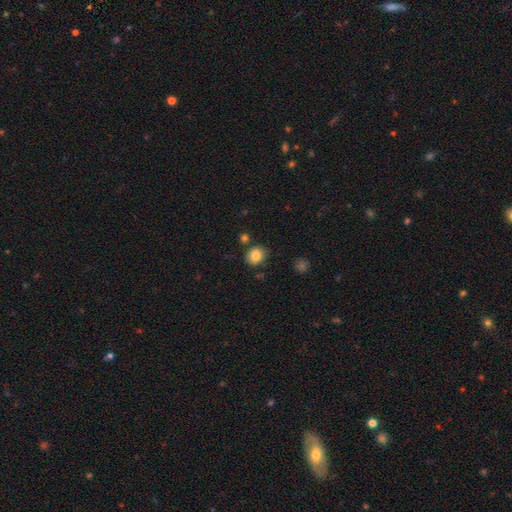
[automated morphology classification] A smooth galaxy with no disk features (82%) that is round (65%). Merging: none (81%).